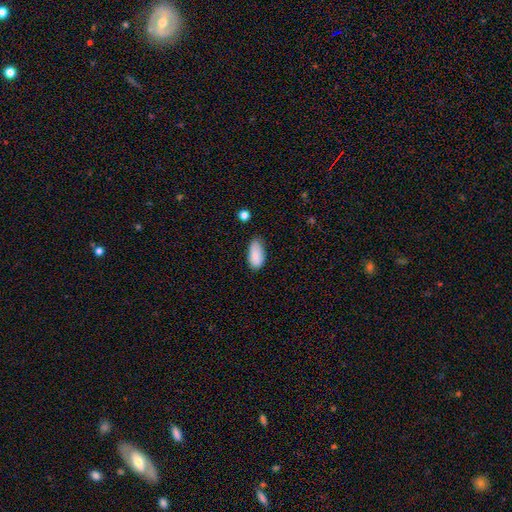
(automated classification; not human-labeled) smooth 87%, star or artifact 7%, featured or disk 6%. Down the decision tree: how rounded — in between (93%); merging — none (62%).